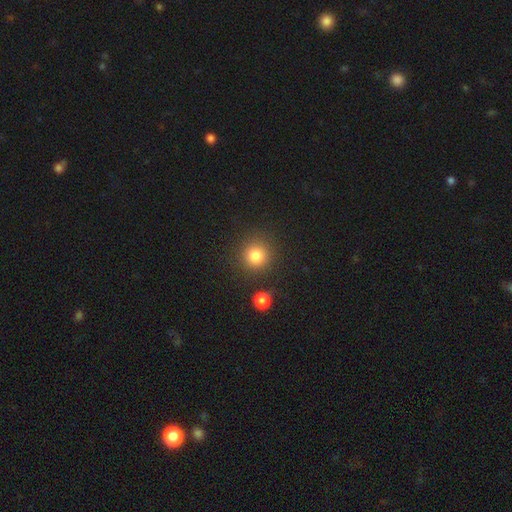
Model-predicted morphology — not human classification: smooth-or-featured: smooth: 83% | star or artifact: 12% | featured or disk: 5%
  how-rounded: round: 92% | in between: 7% | cigar-shaped: 1%
  merging: none: 85% | minor disturbance: 7% | merger: 5% | major disturbance: 3%